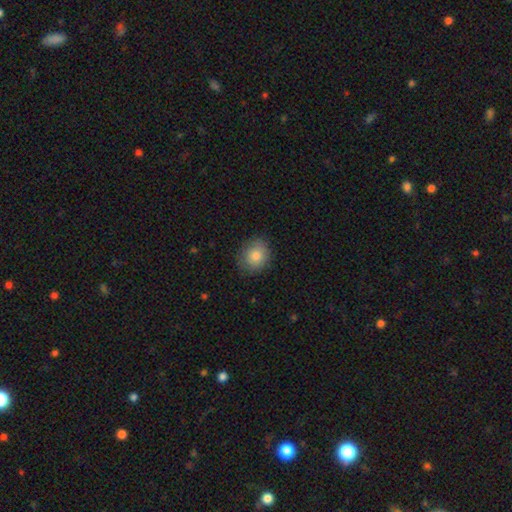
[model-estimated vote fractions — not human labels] This appears to be a smooth galaxy with no disk features (84%) that is round (70%). Merging: none (84%).